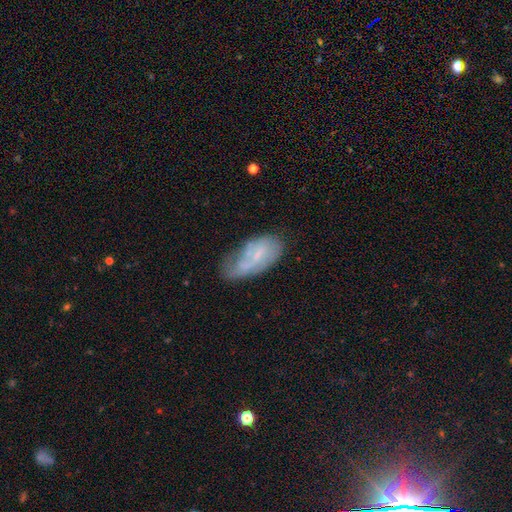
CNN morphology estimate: type=featured or disk (49%); merging=none (41%).